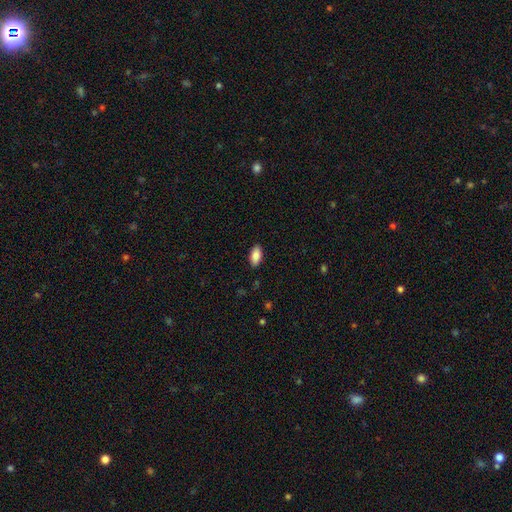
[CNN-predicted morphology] smooth_or_featured: smooth (p=0.87) [alt: star or artifact p=0.07]
how_rounded: in between (p=0.92) [alt: cigar-shaped p=0.05]
merging: none (p=0.89) [alt: minor disturbance p=0.08]